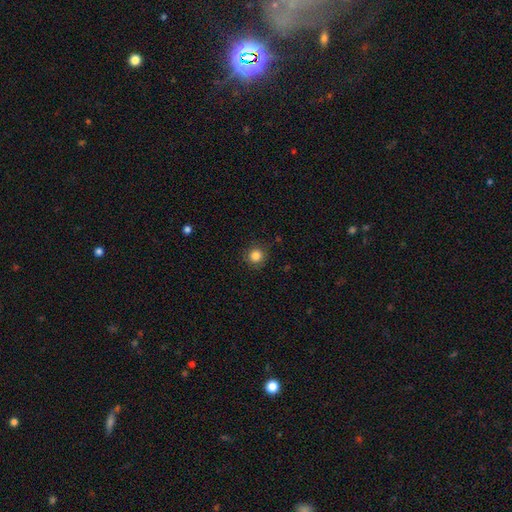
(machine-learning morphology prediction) Smooth or featured? Predicted: smooth (p=0.84). How rounded? Predicted: round (p=0.93). Merging? Predicted: none (p=0.89).